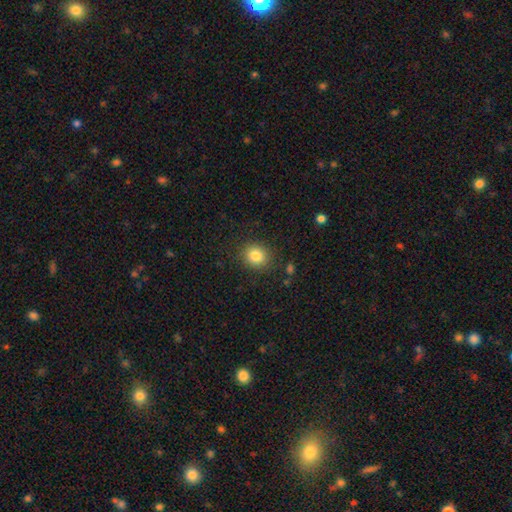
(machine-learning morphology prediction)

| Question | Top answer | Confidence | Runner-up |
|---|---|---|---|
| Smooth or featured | smooth | 83% | star or artifact (10%) |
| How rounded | round | 76% | in between (23%) |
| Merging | none | 86% | minor disturbance (9%) |